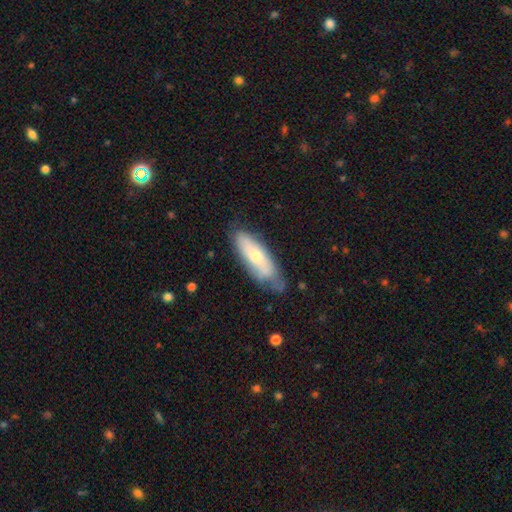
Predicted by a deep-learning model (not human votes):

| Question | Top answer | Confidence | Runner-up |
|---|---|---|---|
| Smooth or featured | smooth | 52% | featured or disk (41%) |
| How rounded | in between | 57% | cigar-shaped (41%) |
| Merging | none | 64% | minor disturbance (27%) |